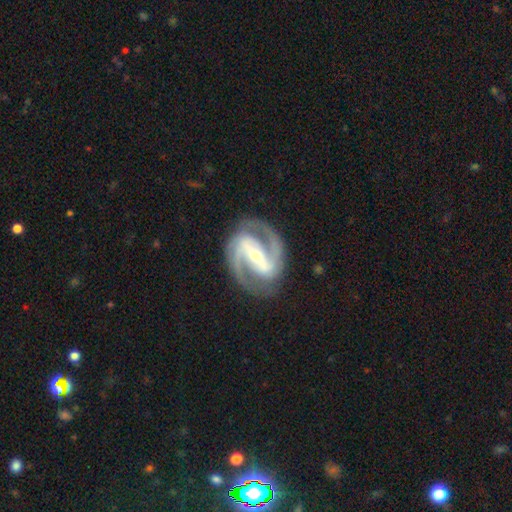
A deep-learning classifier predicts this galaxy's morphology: Overall: featured or disk (92%). Edge-on disk: no (97%). Bar: strong (77%). Spiral arms: yes (97%). Spiral arm count: 2 (93%). Spiral winding: medium (51%; tight 40%). Bulge size: small (56%; moderate 39%). Merging: none (85%).